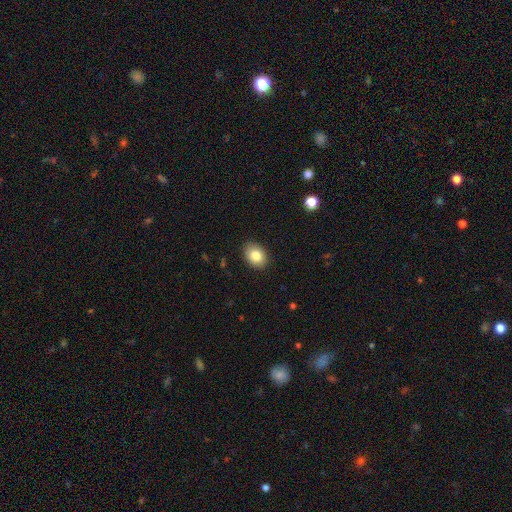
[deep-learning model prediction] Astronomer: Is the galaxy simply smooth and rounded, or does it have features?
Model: smooth — 83%.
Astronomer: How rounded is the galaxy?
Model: in between — 69%.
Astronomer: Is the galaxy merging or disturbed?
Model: none — 88%.